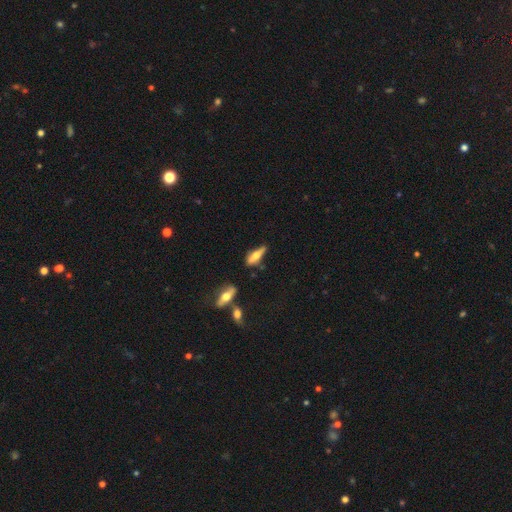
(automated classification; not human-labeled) A smooth galaxy with no disk features (51%) that is cigar-shaped (52%). Merging: none (65%).